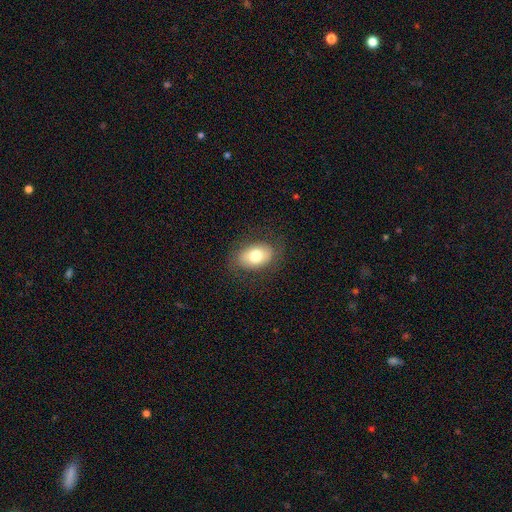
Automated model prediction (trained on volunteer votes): The model was most divided on "smooth or featured": smooth: 74%, featured or disk: 18%, star or artifact: 8%. More confident: how rounded — in between (86%); merging — none (80%).